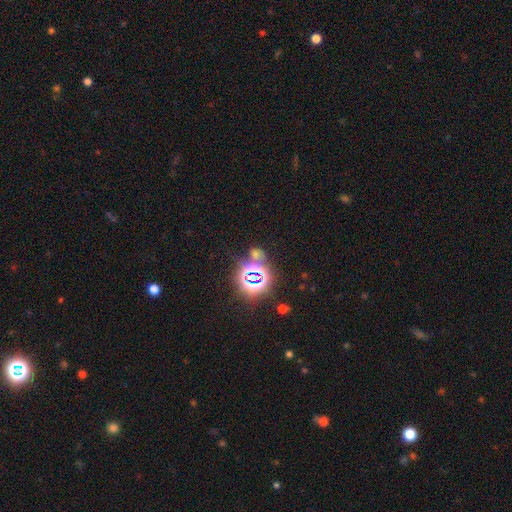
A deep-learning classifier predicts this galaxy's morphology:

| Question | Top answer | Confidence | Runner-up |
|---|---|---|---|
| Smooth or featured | star or artifact | 73% | smooth (19%) |